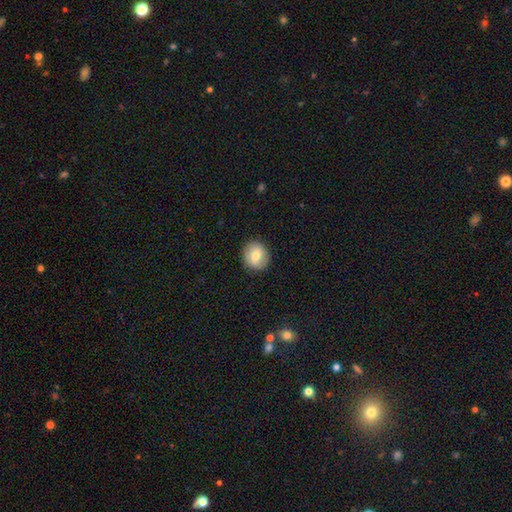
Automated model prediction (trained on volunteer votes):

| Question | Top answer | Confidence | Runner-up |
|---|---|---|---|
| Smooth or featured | smooth | 67% | featured or disk (25%) |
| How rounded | round | 80% | in between (19%) |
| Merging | none | 88% | minor disturbance (9%) |